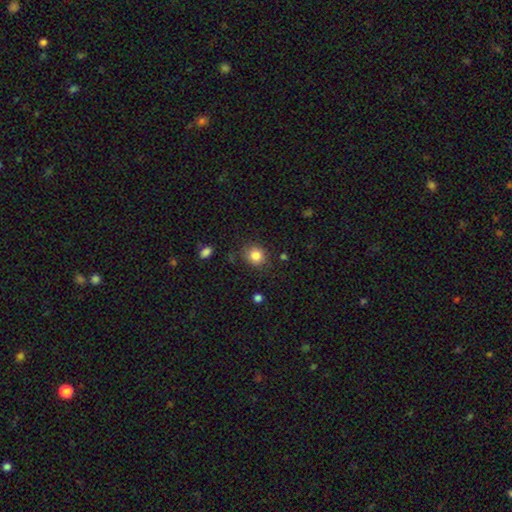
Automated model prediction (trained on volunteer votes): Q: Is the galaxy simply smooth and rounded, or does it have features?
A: smooth — 84%.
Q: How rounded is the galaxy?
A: round — 79%.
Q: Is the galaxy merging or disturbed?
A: none — 82%.